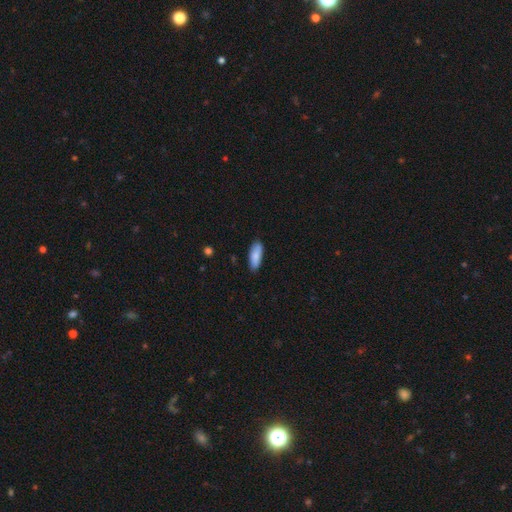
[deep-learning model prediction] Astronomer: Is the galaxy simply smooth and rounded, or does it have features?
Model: smooth — 84%.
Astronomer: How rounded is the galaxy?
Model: in between — 72%.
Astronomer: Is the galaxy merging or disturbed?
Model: none — 86%.